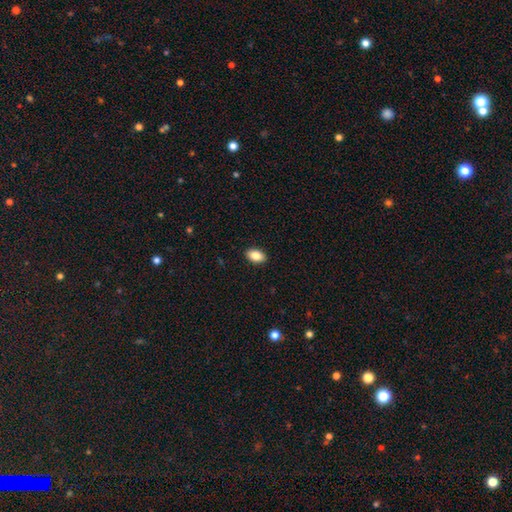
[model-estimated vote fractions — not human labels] Smooth or featured: smooth — 86% (star or artifact — 8%)
How rounded: in between — 90% (round — 8%)
Merging: none — 91% (minor disturbance — 7%)